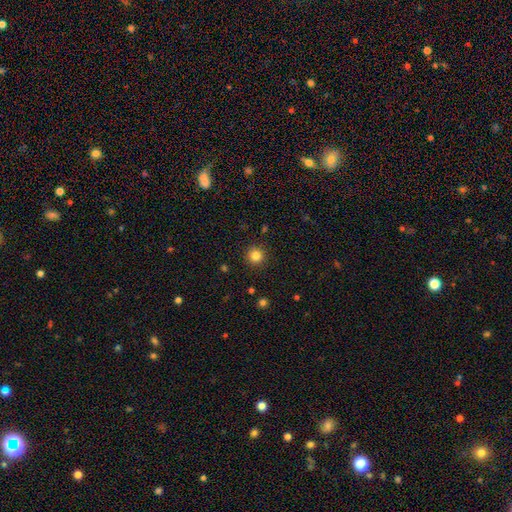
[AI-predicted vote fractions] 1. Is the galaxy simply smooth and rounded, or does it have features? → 83% smooth, 12% star or artifact, 5% featured or disk.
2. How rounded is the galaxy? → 95% round, 4% in between, 1% cigar-shaped.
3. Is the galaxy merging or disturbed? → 91% none, 6% minor disturbance, 2% major disturbance, 1% merger.